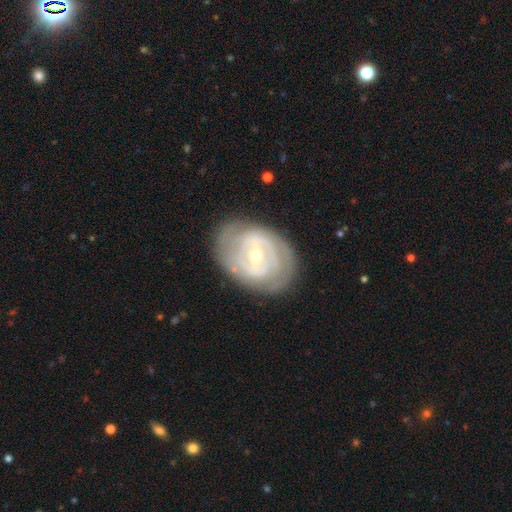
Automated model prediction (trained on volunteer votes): Q: Smooth or featured?
A: featured or disk (82%); runner-up: smooth (13%)
Q: Edge-on disk?
A: no (96%); runner-up: yes (4%)
Q: Bar?
A: weak (49%); runner-up: no (30%)
Q: Spiral arms?
A: yes (85%); runner-up: no (15%)
Q: Spiral winding?
A: tight (70%); runner-up: medium (24%)
Q: Spiral arm count?
A: 2 (42%); runner-up: can't tell (34%)
Q: Bulge size?
A: small (54%); runner-up: moderate (43%)
Q: Merging?
A: none (79%); runner-up: minor disturbance (14%)